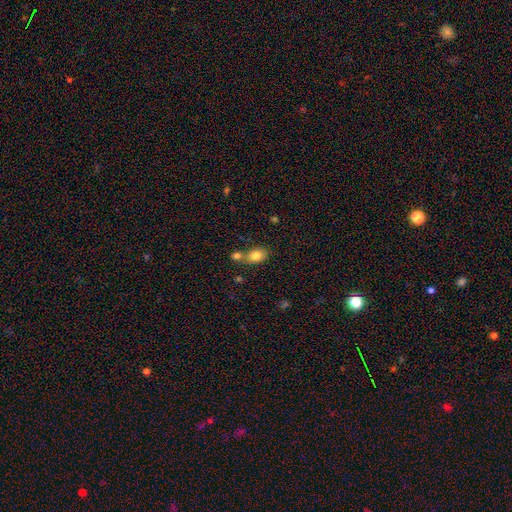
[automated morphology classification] Smooth or featured: smooth — 82% (featured or disk — 10%)
How rounded: in between — 80% (round — 19%)
Merging: none — 53% (merger — 31%)